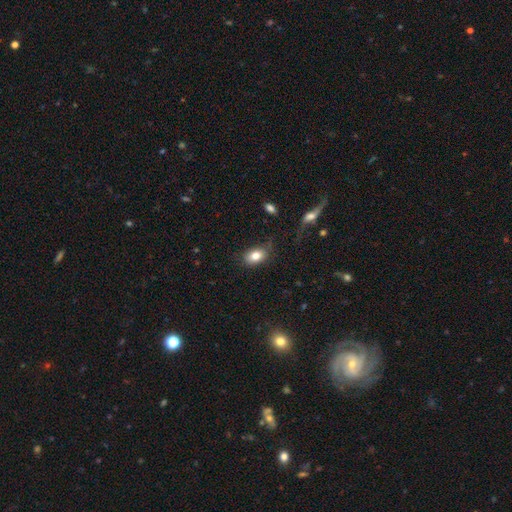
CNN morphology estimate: type=smooth (81%); roundness=in between (83%); merging=none (77%).